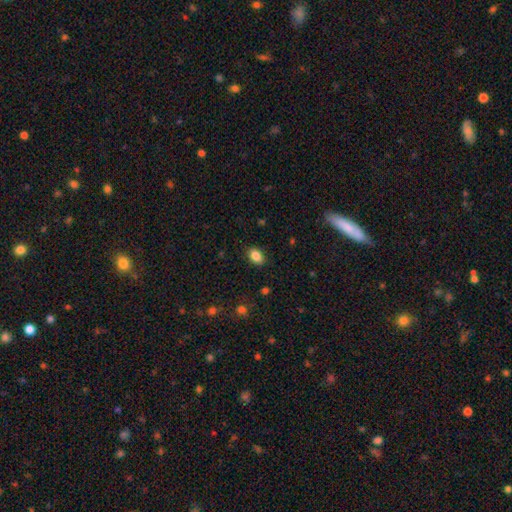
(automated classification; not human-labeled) Smooth or featured: smooth — 86% (star or artifact — 9%)
How rounded: in between — 80% (round — 18%)
Merging: none — 87% (minor disturbance — 10%)